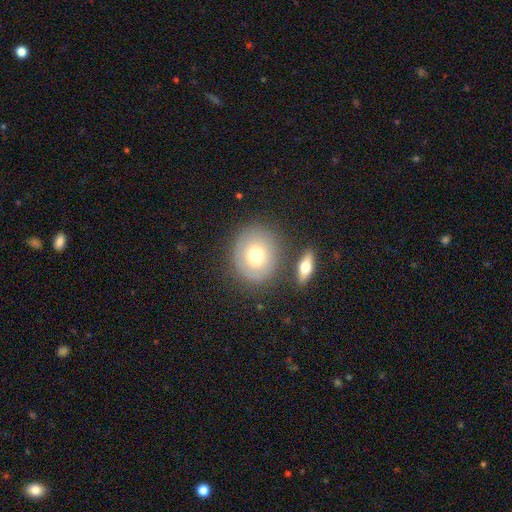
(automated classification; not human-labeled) Smooth or featured? smooth (65%)
How rounded? round (77%)
Merging? none (73%)